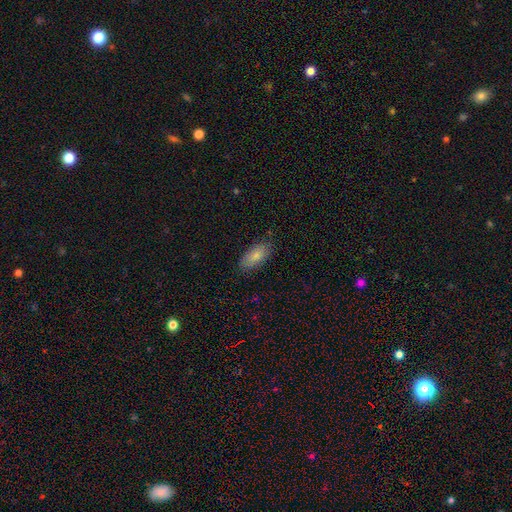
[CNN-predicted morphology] A smooth galaxy with no disk features (83%) that is in between round and cigar-shaped (88%).

Vote fractions:
- Smooth or featured? smooth: 83% / featured or disk: 10% / star or artifact: 7%
- How rounded? in between: 88% / cigar-shaped: 10% / round: 2%
- Merging? none: 83% / minor disturbance: 13% / major disturbance: 3% / merger: 1%